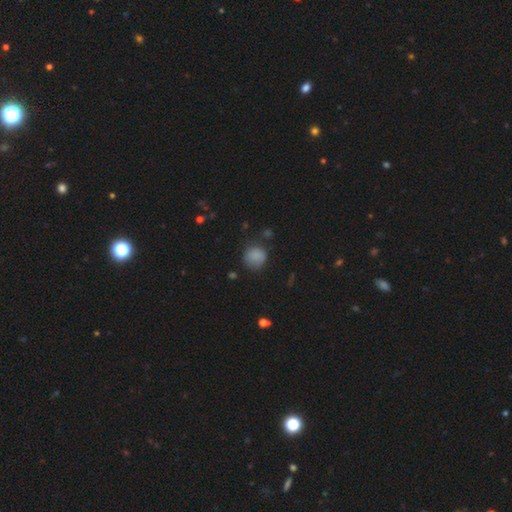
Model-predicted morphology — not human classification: Q: Smooth or featured?
A: smooth (84%); runner-up: star or artifact (10%)
Q: How rounded?
A: round (84%); runner-up: in between (15%)
Q: Merging?
A: none (71%); runner-up: minor disturbance (21%)